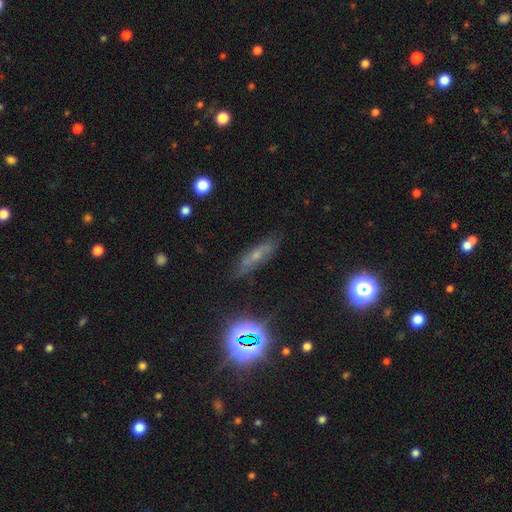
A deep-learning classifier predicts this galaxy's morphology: A smooth galaxy with no disk features (39%).

Vote fractions:
- Smooth or featured? smooth: 39% / featured or disk: 38% / star or artifact: 23%
- Merging? none: 75% / minor disturbance: 17% / major disturbance: 5% / merger: 2%